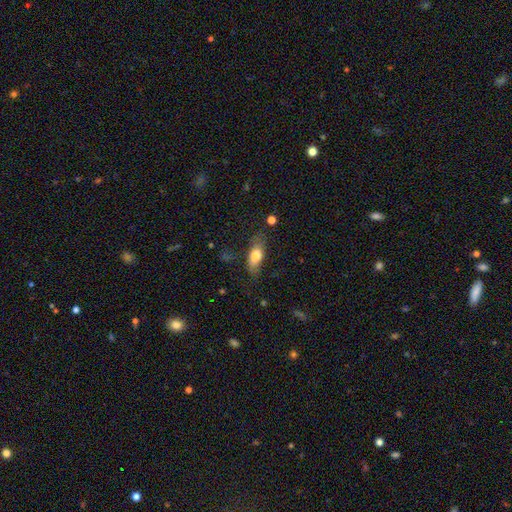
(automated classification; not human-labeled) smooth-or-featured: smooth: 73% | featured or disk: 19% | star or artifact: 8%
  how-rounded: in between: 75% | cigar-shaped: 19% | round: 6%
  merging: none: 61% | minor disturbance: 26% | major disturbance: 11% | merger: 2%